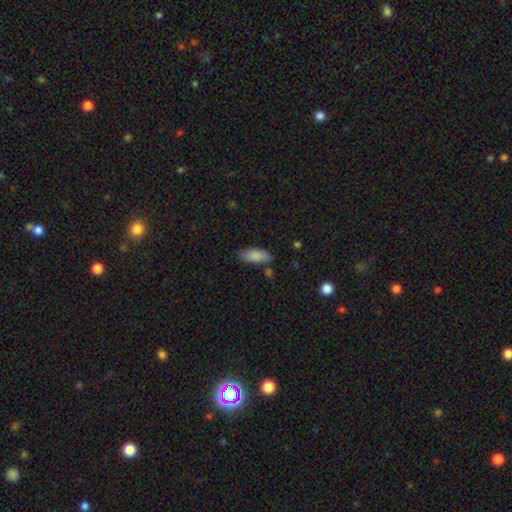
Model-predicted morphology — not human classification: Smooth or featured: smooth — 86% (featured or disk — 8%)
How rounded: in between — 82% (cigar-shaped — 16%)
Merging: none — 74% (minor disturbance — 17%)